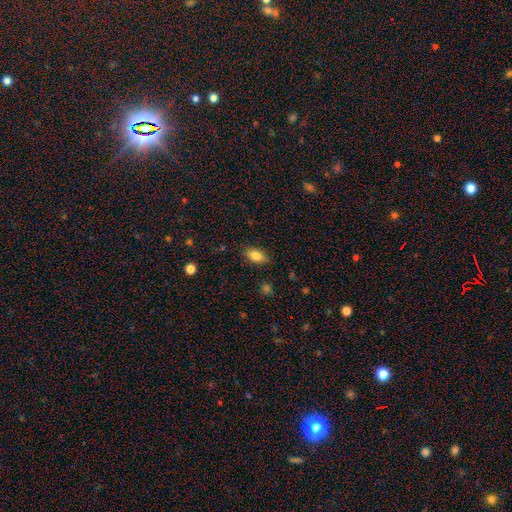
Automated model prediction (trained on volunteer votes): Overall: smooth (81%). How rounded: in between (88%). Merging: none (86%).